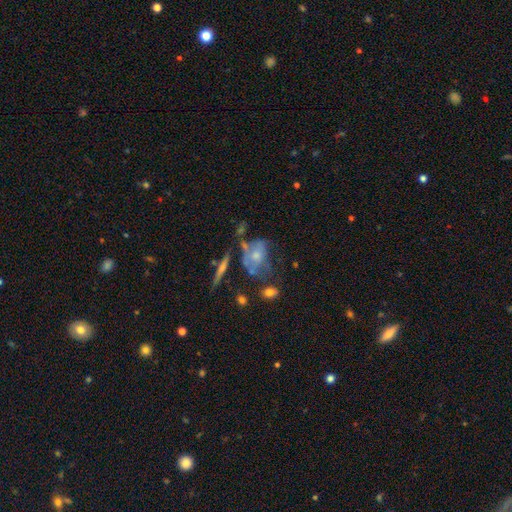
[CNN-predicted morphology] The model was most divided on "merging": none: 36%, major disturbance: 23%, minor disturbance: 21%, merger: 20%. More confident: edge-on disk — no (87%); smooth or featured — featured or disk (53%).